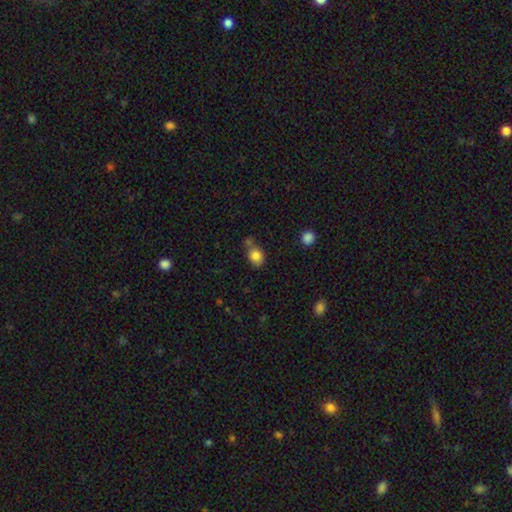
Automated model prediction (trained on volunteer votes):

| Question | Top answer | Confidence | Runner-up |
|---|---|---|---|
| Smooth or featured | smooth | 83% | star or artifact (10%) |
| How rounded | round | 55% | in between (44%) |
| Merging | none | 57% | merger (20%) |